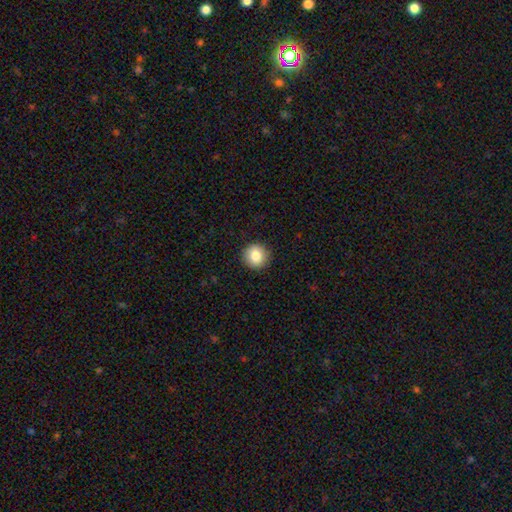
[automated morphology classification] A smooth galaxy with no disk features (83%) that is round (93%).

Vote fractions:
- Smooth or featured? smooth: 83% / star or artifact: 9% / featured or disk: 8%
- How rounded? round: 93% / in between: 6% / cigar-shaped: 1%
- Merging? none: 91% / minor disturbance: 6% / major disturbance: 2% / merger: 1%